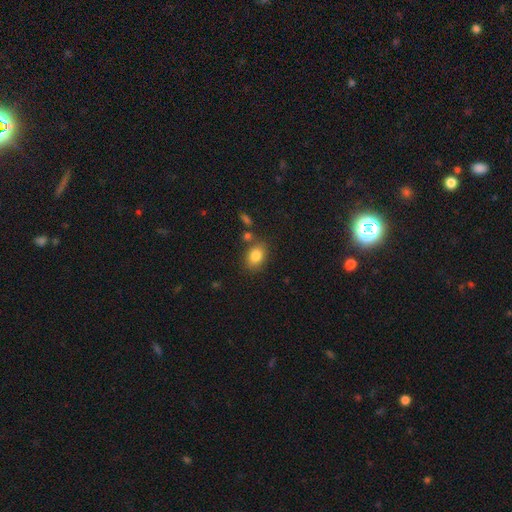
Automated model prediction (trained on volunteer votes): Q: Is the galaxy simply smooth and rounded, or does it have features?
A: smooth — 83%.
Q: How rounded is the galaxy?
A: in between — 69%.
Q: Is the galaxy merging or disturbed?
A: none — 76%.